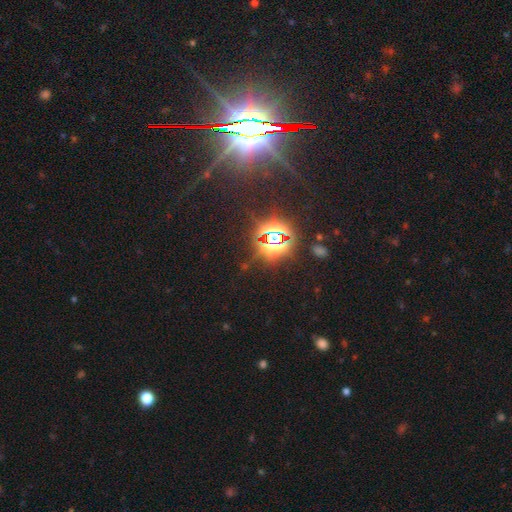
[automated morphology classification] Overall: star or artifact (82%).